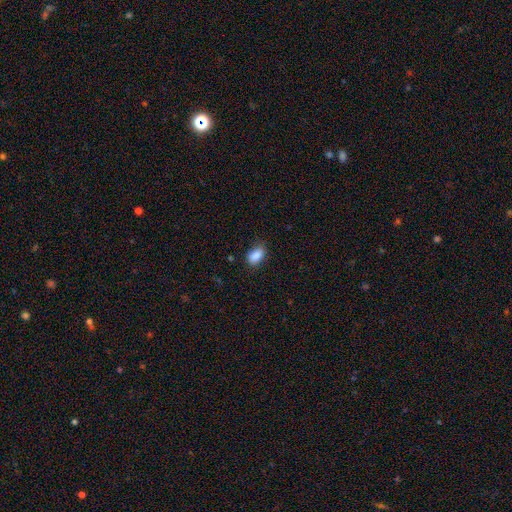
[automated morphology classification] smooth 88%, star or artifact 8%, featured or disk 5%. Down the decision tree: how rounded — in between (90%); merging — none (75%).